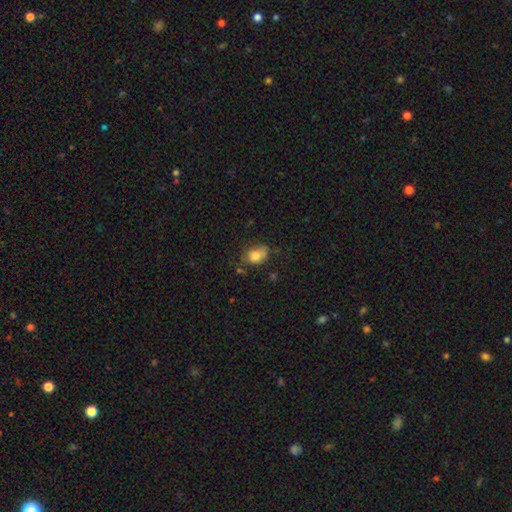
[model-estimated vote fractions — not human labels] Smooth or featured? Predicted: smooth (p=0.80). How rounded? Predicted: in between (p=0.64). Merging? Predicted: none (p=0.52).